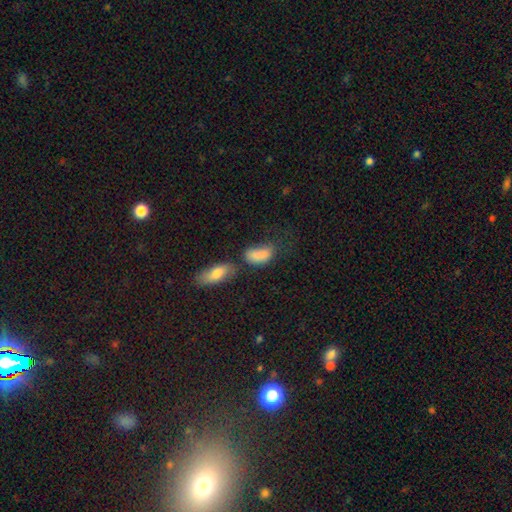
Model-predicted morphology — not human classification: smooth_or_featured: smooth (p=0.82) [alt: star or artifact p=0.09]
how_rounded: in between (p=0.86) [alt: cigar-shaped p=0.09]
merging: none (p=0.34) [alt: merger p=0.31]